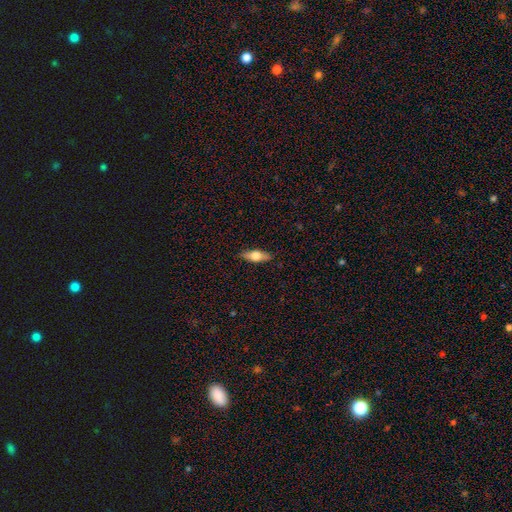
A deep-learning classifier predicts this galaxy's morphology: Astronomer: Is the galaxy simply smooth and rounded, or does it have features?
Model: smooth — 55% (runner-up: featured or disk, 38%).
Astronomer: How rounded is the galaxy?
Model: in between — 61%.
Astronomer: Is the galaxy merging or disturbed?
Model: none — 88%.